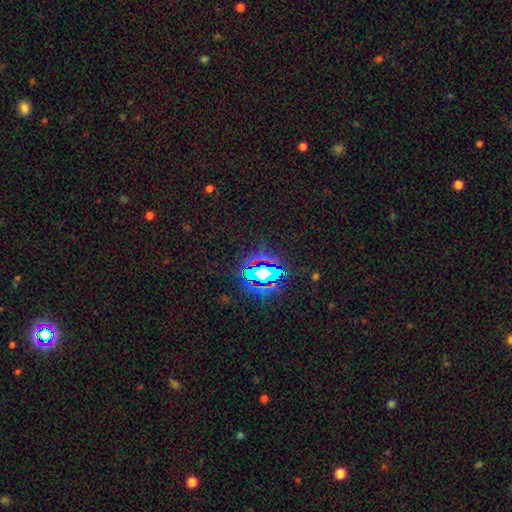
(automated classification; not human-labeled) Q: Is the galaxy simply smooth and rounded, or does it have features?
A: star or artifact — 83%.